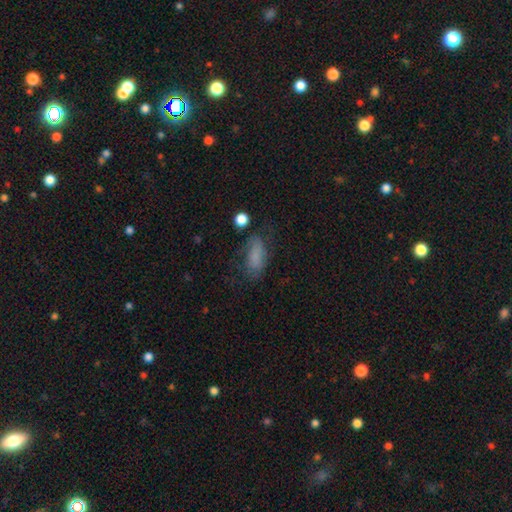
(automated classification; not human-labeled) A smooth galaxy with no disk features (69%) that is in between round and cigar-shaped (85%). Merging: none (49%).